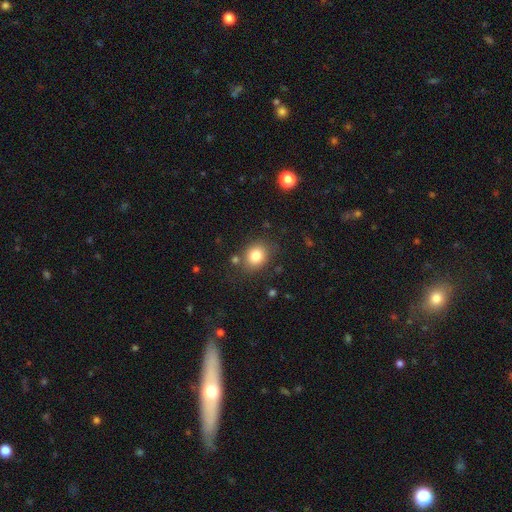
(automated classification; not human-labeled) Smooth or featured?
  - smooth: 81% *
  - star or artifact: 11%
  - featured or disk: 8%
How rounded?
  - round: 62% *
  - in between: 38%
  - cigar-shaped: 1%
Merging?
  - none: 79% *
  - minor disturbance: 12%
  - merger: 5%
  - major disturbance: 4%